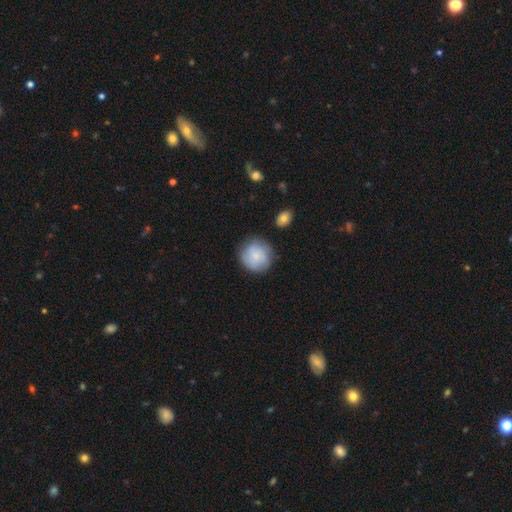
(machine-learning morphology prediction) Q: Smooth or featured?
A: smooth (74%); runner-up: featured or disk (19%)
Q: How rounded?
A: round (92%); runner-up: in between (7%)
Q: Merging?
A: none (79%); runner-up: minor disturbance (14%)